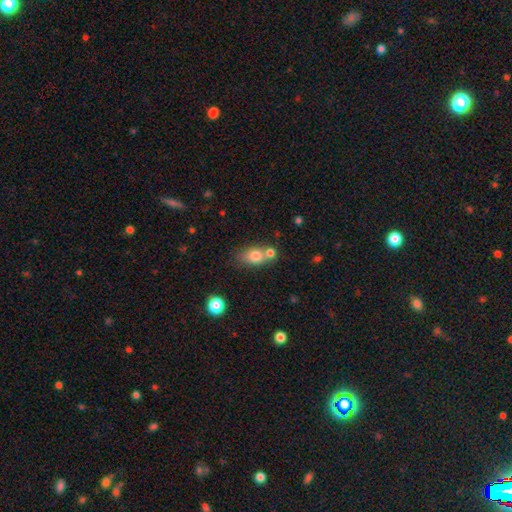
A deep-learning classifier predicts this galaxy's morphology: smooth 77%, featured or disk 13%, star or artifact 10%. Down the decision tree: how rounded — in between (68%); merging — none (46%).